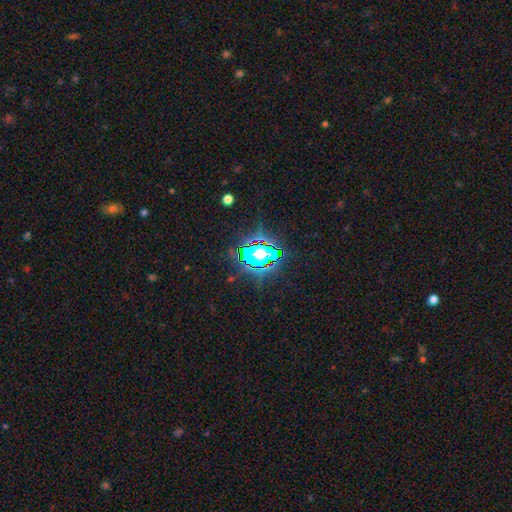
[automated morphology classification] A star or artifact, not a galaxy (82%).